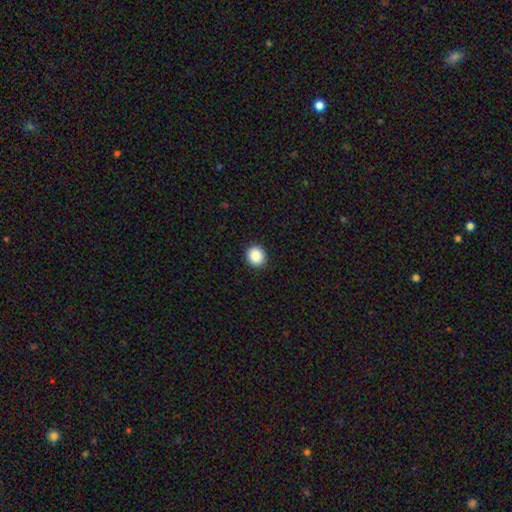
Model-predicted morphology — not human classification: type=smooth (87%); roundness=round (83%); merging=none (92%).